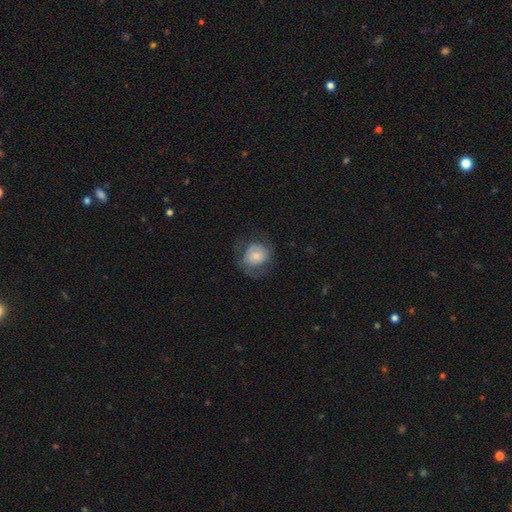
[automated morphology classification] smooth 51%, featured or disk 41%, star or artifact 7%. Down the decision tree: how rounded — round (74%); merging — none (55%).